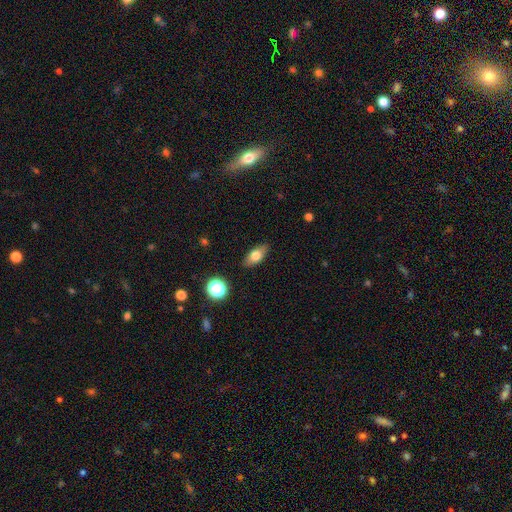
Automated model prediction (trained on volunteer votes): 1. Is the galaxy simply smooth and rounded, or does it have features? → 72% smooth, 19% featured or disk, 9% star or artifact.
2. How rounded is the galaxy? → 82% in between, 11% cigar-shaped, 7% round.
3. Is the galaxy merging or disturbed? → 87% none, 10% minor disturbance, 2% major disturbance, 1% merger.